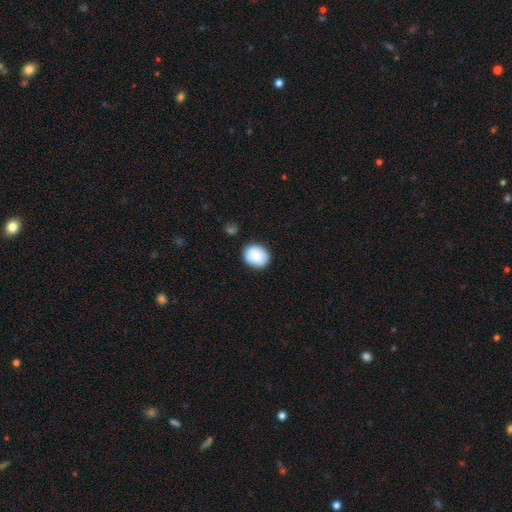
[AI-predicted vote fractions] smooth 87%, star or artifact 7%, featured or disk 6%. Down the decision tree: how rounded — round (58%); merging — none (86%).